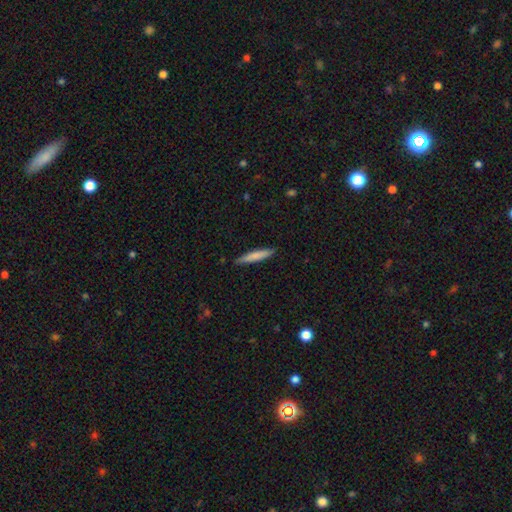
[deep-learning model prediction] Overall: smooth (75%). How rounded: cigar-shaped (92%). Merging: none (87%).